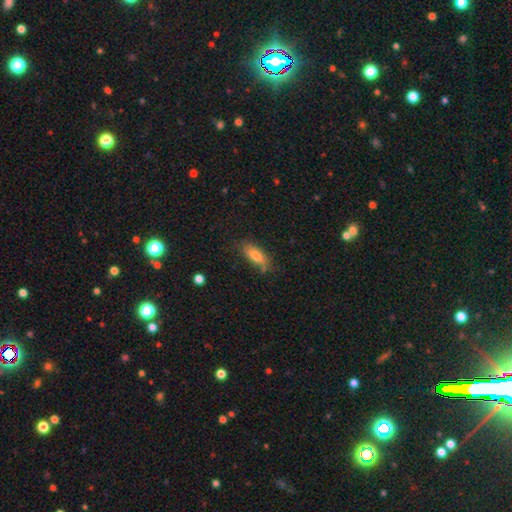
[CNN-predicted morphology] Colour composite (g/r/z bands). It shows a smooth galaxy with no disk features (75%) that is in between round and cigar-shaped (74%). Merging: none (70%).